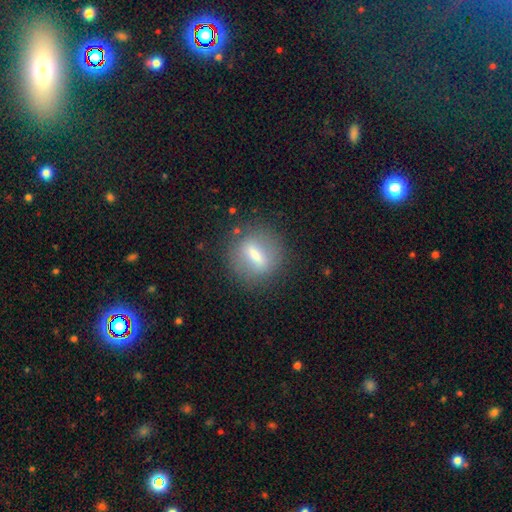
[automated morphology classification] A smooth galaxy with no disk features (55%) that is round (46%). Merging: none (82%).